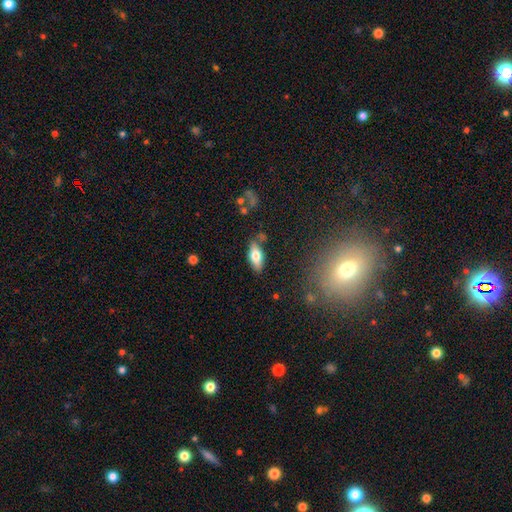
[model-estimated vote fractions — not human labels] Morphology: type=smooth (69%); roundness=in between (79%); merging=none (77%).